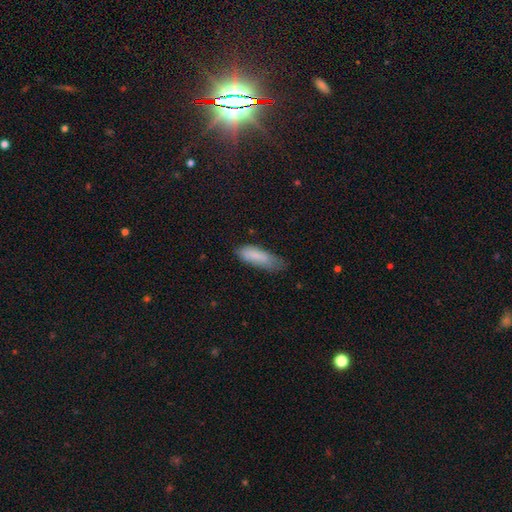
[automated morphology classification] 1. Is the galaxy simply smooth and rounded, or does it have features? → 82% smooth, 11% featured or disk, 7% star or artifact.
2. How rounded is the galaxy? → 54% in between, 44% cigar-shaped, 2% round.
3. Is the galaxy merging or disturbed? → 47% none, 38% minor disturbance, 13% major disturbance, 2% merger.